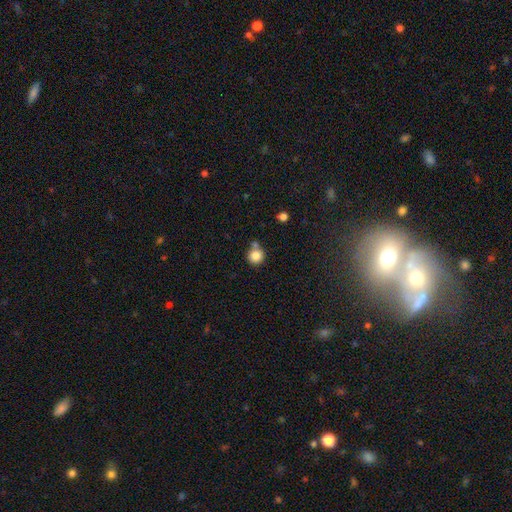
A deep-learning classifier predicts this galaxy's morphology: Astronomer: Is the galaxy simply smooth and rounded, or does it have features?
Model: smooth — 83%.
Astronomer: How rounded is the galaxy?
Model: round — 92%.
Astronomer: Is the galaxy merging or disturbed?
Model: none — 61%.